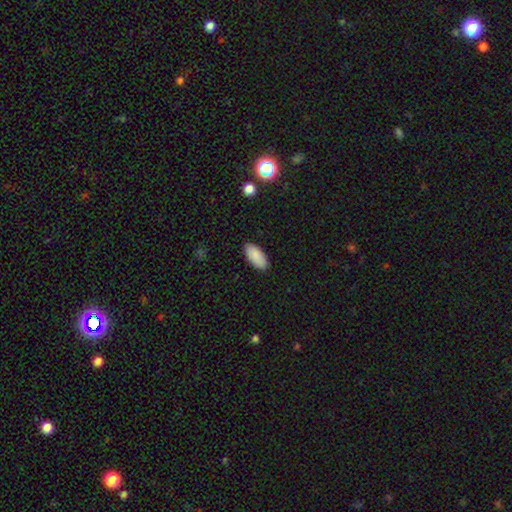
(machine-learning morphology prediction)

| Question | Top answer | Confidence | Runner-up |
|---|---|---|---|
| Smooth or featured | smooth | 89% | star or artifact (6%) |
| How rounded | in between | 92% | cigar-shaped (7%) |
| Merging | none | 89% | minor disturbance (9%) |